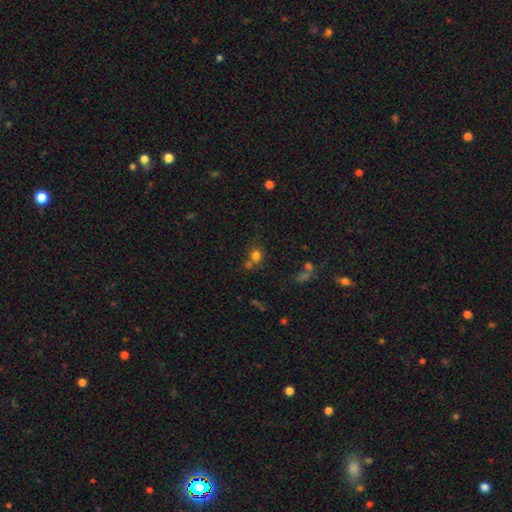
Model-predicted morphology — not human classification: Smooth or featured? smooth (75%)
How rounded? round (78%)
Merging? none (58%)